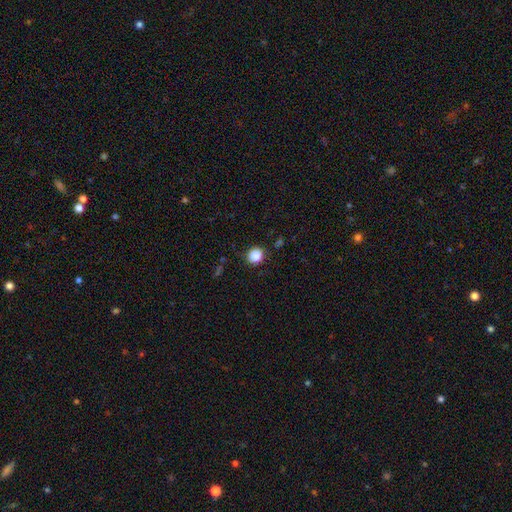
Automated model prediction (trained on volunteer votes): smooth-or-featured: smooth: 87% | star or artifact: 10% | featured or disk: 3%
  how-rounded: round: 88% | in between: 11% | cigar-shaped: 1%
  merging: none: 87% | minor disturbance: 9% | major disturbance: 3% | merger: 1%